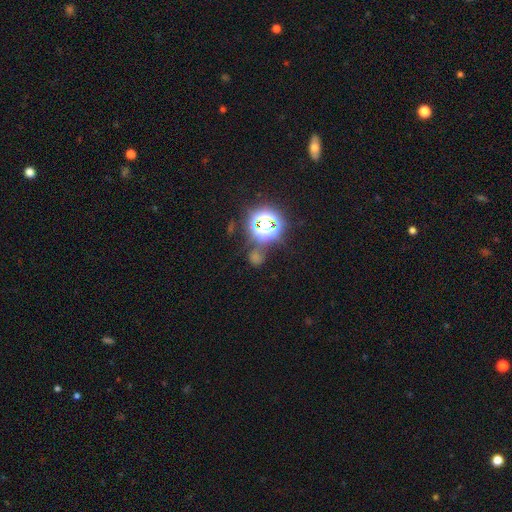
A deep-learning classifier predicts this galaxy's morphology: Smooth or featured? star or artifact (69%)